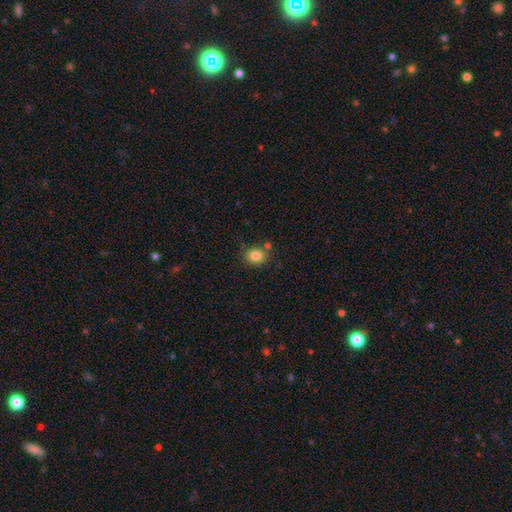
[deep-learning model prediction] smooth-or-featured: smooth: 84% | star or artifact: 10% | featured or disk: 6%
  how-rounded: round: 67% | in between: 32% | cigar-shaped: 1%
  merging: none: 76% | minor disturbance: 12% | merger: 8% | major disturbance: 3%